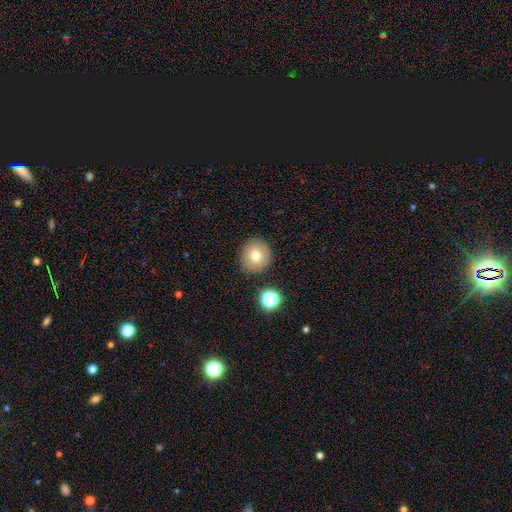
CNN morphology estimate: Overall: smooth (74%). How rounded: round (89%). Merging: none (86%).